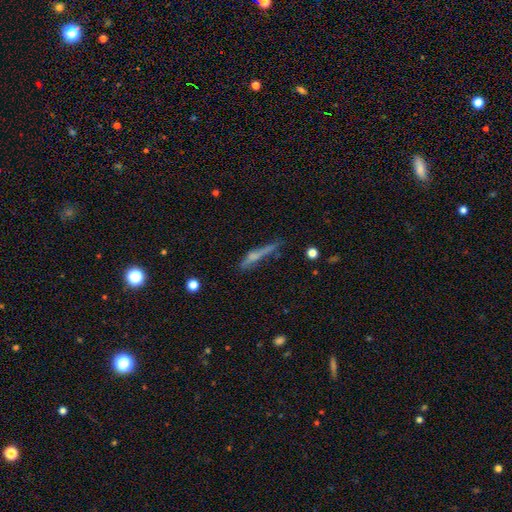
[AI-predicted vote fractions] The model was most divided on "smooth or featured": featured or disk: 46%, smooth: 44%, star or artifact: 10%. More confident: merging — none (59%).